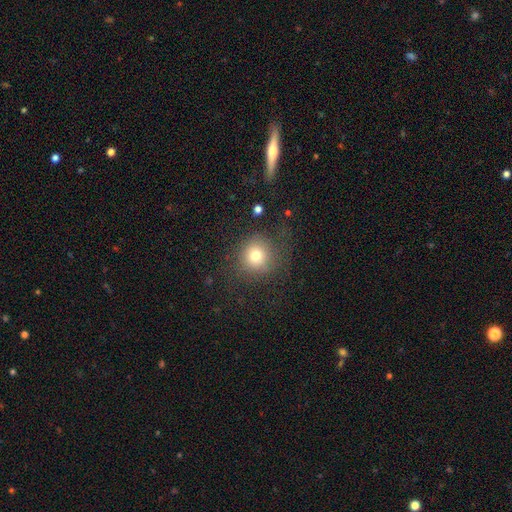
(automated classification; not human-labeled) smooth_or_featured: smooth (p=0.74) [alt: star or artifact p=0.14]
how_rounded: round (p=0.89) [alt: in between p=0.10]
merging: none (p=0.73) [alt: minor disturbance p=0.14]